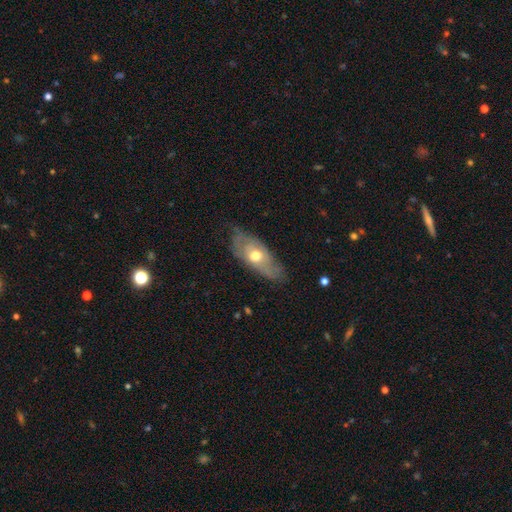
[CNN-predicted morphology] type=featured or disk (53%); edge-on=no (77%); merging=none (60%).